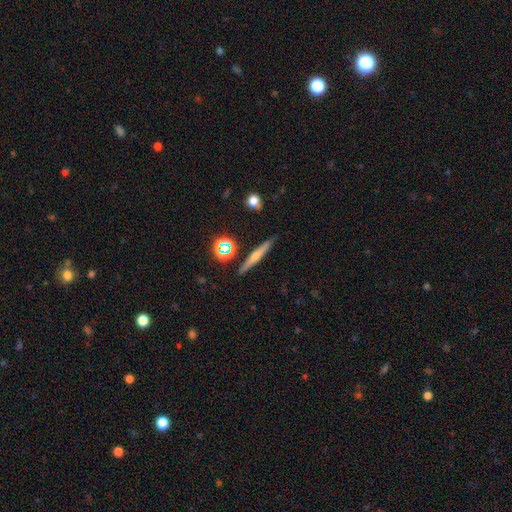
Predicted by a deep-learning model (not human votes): This is possibly a featured or disk galaxy (55%). It is clearly viewed edge-on (96%). Edge-on bulge: likely rounded (72%). Merging: clearly none (89%).